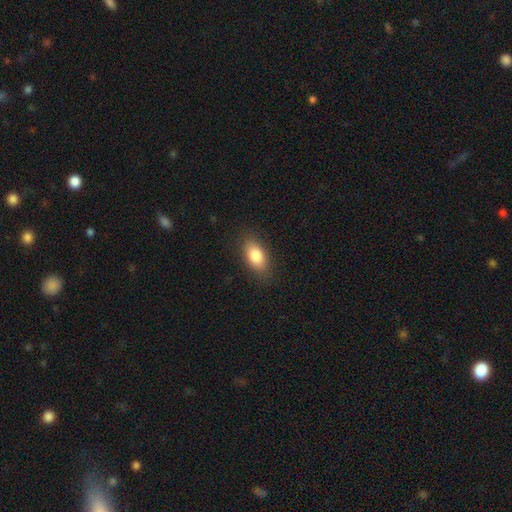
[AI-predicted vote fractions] A smooth galaxy with no disk features (82%) that is in between round and cigar-shaped (89%). Merging: none (86%).